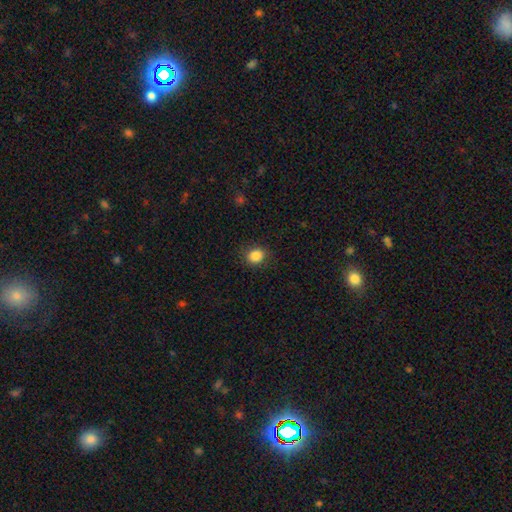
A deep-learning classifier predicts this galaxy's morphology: A smooth galaxy with no disk features (86%) that is round (72%).

Vote fractions:
- Smooth or featured? smooth: 86% / star or artifact: 10% / featured or disk: 4%
- How rounded? round: 72% / in between: 27% / cigar-shaped: 1%
- Merging? none: 87% / minor disturbance: 9% / major disturbance: 3% / merger: 1%